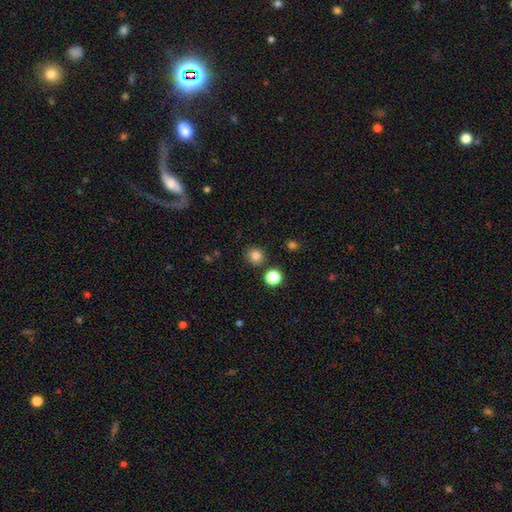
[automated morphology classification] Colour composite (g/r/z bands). It shows a smooth galaxy with no disk features (83%) that is round (91%). Merging: none (84%).